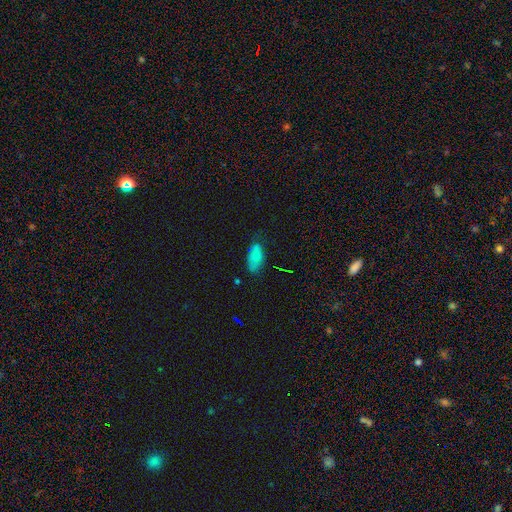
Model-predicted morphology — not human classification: Smooth or featured?
  - smooth: 72% *
  - featured or disk: 18%
  - star or artifact: 10%
How rounded?
  - in between: 88% *
  - cigar-shaped: 8%
  - round: 4%
Merging?
  - none: 54% *
  - minor disturbance: 31%
  - major disturbance: 10%
  - merger: 5%